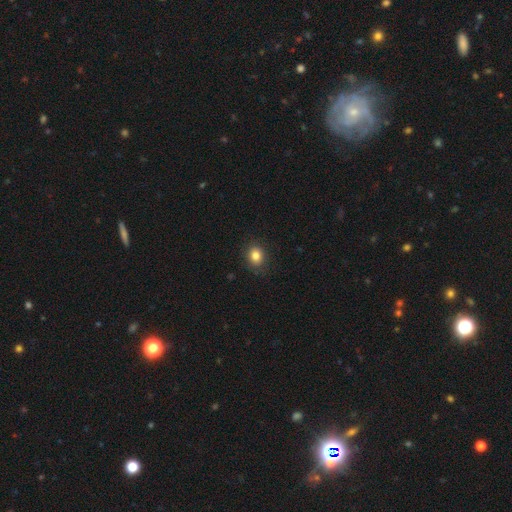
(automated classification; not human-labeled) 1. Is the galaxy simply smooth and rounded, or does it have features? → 83% smooth, 11% star or artifact, 6% featured or disk.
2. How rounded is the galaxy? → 69% round, 30% in between, 1% cigar-shaped.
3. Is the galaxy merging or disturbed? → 87% none, 10% minor disturbance, 3% major disturbance, 1% merger.